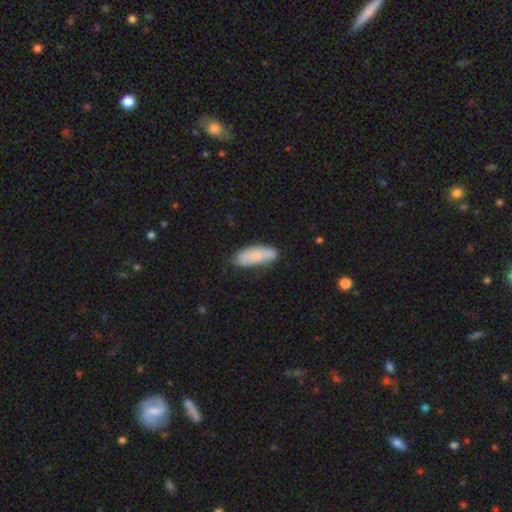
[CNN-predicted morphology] A smooth galaxy with no disk features (71%) that is in between round and cigar-shaped (78%). Merging: none (63%).